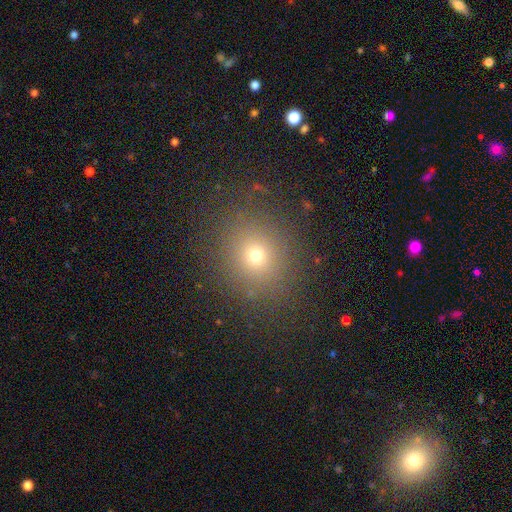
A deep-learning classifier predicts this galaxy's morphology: A smooth galaxy with no disk features (68%) that is round (80%). Merging: none (85%).